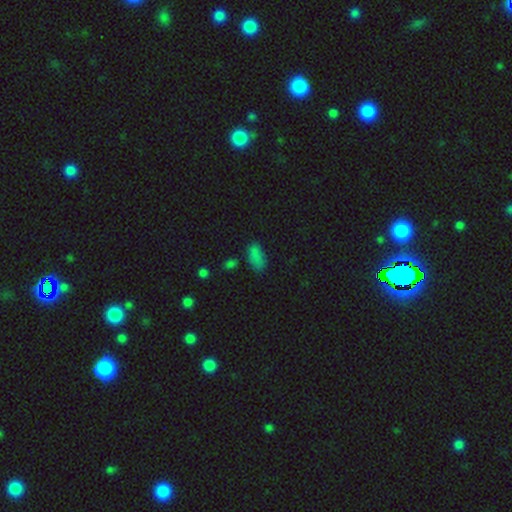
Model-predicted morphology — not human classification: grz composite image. It shows a smooth galaxy with no disk features (75%) that is in between round and cigar-shaped (90%). Merging: none (63%).